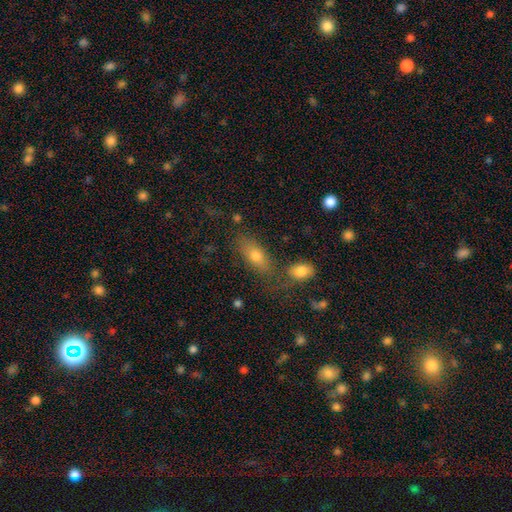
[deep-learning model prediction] smooth 72%, featured or disk 18%, star or artifact 10%. Down the decision tree: how rounded — in between (77%); merging — none (65%).